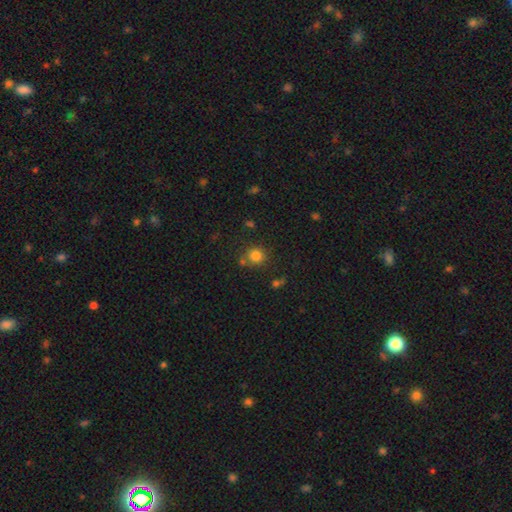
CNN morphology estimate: A smooth galaxy with no disk features (80%) that is round (89%). Merging: none (72%).